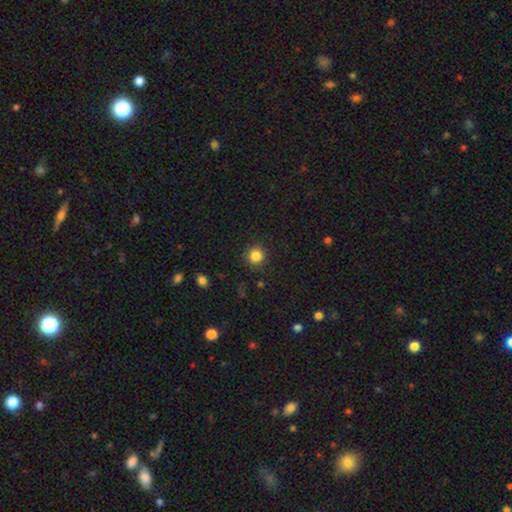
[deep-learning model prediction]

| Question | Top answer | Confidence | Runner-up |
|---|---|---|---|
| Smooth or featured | smooth | 85% | star or artifact (11%) |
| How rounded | round | 94% | in between (5%) |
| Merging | none | 90% | minor disturbance (7%) |